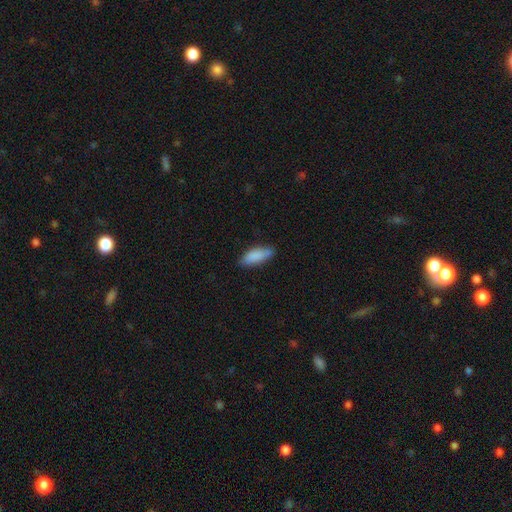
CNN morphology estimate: Smooth or featured?
  - smooth: 85% *
  - featured or disk: 9%
  - star or artifact: 6%
How rounded?
  - in between: 69% *
  - cigar-shaped: 29%
  - round: 2%
Merging?
  - none: 72% *
  - minor disturbance: 22%
  - major disturbance: 4%
  - merger: 2%